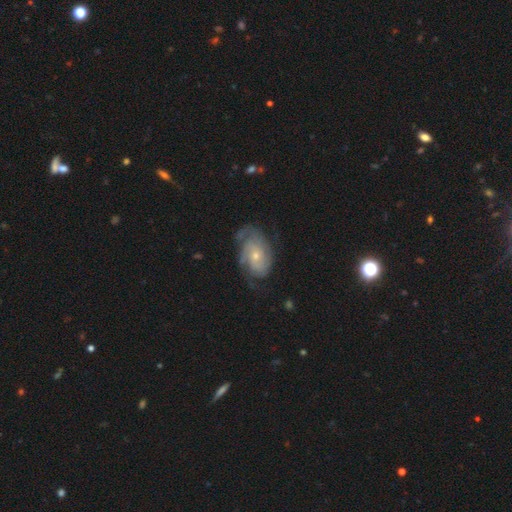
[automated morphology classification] type=featured or disk (76%); edge-on=no (97%); bar=no (76%); spiral arms=yes (90%); winding=tight (51%); arm count=can't tell (35%); bulge=small (61%); merging=none (58%).